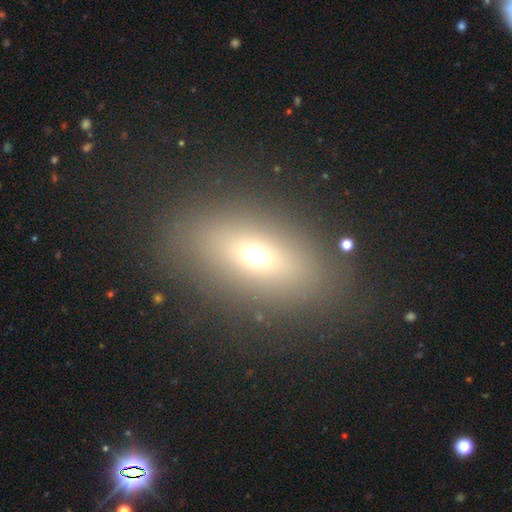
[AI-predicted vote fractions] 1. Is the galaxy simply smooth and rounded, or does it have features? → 62% smooth, 21% featured or disk, 17% star or artifact.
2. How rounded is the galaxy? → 75% in between, 13% round, 12% cigar-shaped.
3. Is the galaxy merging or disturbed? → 84% none, 9% minor disturbance, 5% major disturbance, 2% merger.